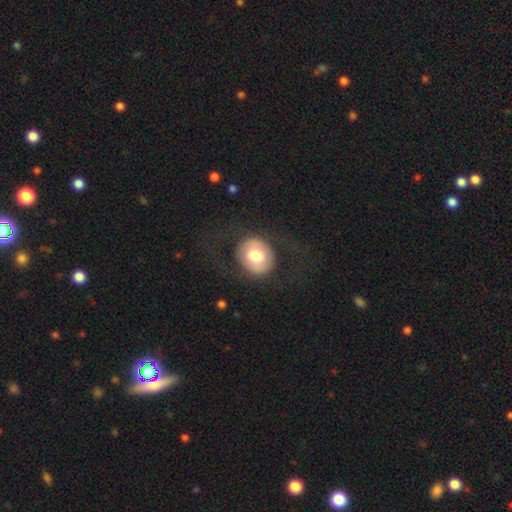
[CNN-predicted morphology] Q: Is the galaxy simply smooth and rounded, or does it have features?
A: smooth — 58%.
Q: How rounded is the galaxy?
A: round — 68%.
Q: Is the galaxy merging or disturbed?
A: none — 72%.